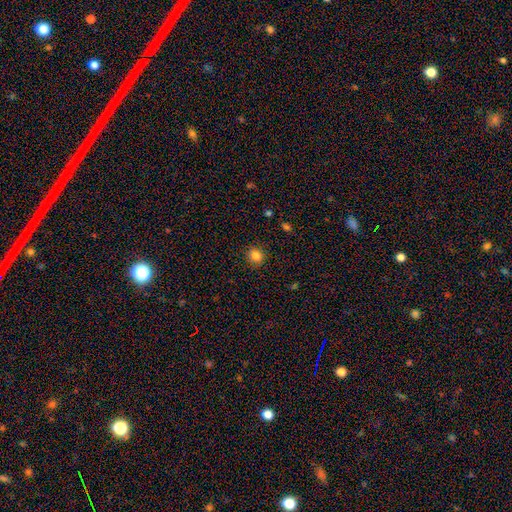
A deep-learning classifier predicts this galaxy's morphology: Smooth or featured? smooth (83%)
How rounded? round (86%)
Merging? none (90%)